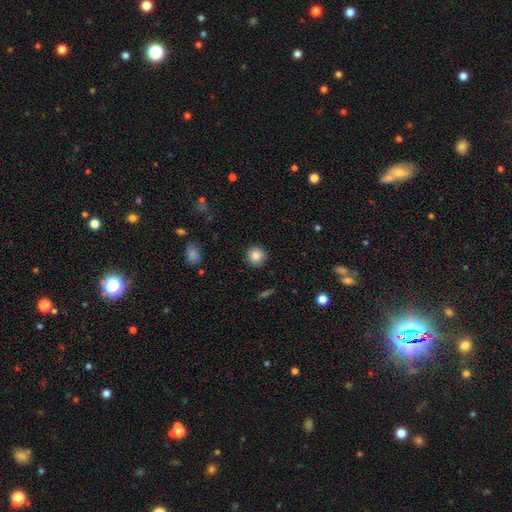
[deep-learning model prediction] This appears to be a smooth galaxy with no disk features (85%) that is round (94%). Merging: none (91%).